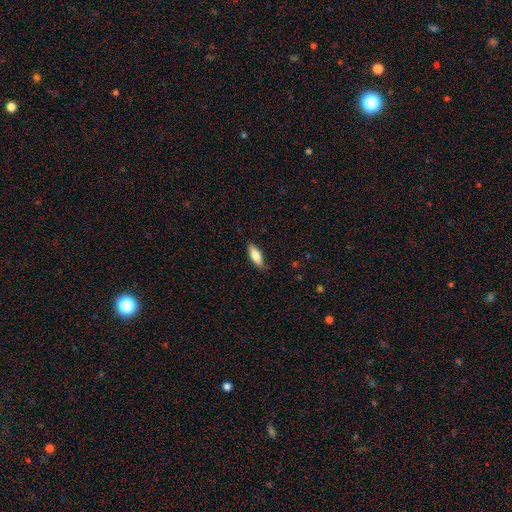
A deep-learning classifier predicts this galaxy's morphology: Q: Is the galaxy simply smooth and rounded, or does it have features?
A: smooth — 73%.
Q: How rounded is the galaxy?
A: in between — 60%.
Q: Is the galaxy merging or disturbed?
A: none — 81%.